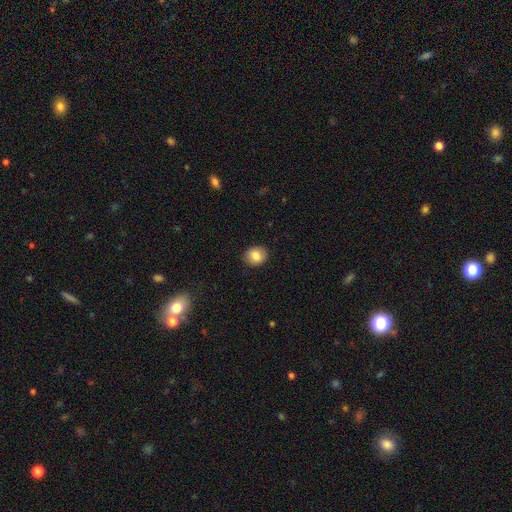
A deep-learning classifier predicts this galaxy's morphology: smooth 84%, star or artifact 9%, featured or disk 7%. Down the decision tree: how rounded — round (65%); merging — none (89%).